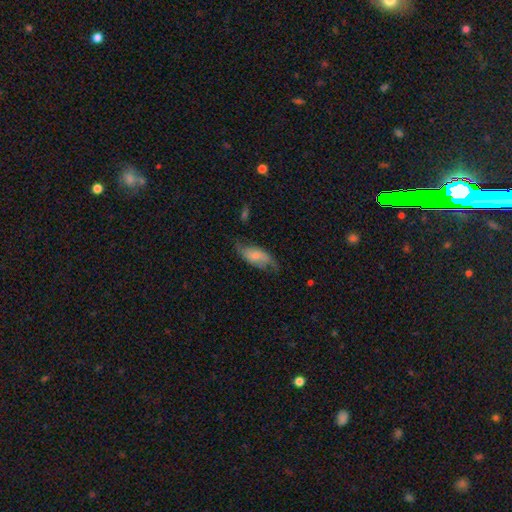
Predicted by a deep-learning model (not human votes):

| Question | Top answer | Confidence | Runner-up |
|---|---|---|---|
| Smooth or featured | smooth | 51% | featured or disk (42%) |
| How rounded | in between | 87% | cigar-shaped (9%) |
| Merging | none | 55% | minor disturbance (29%) |